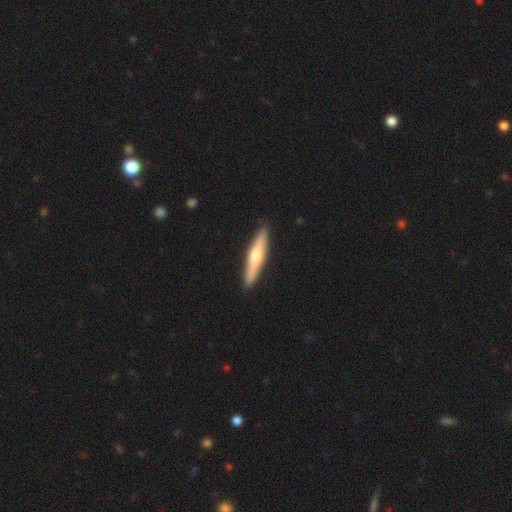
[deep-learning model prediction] featured or disk 52%, smooth 43%, star or artifact 5%. Down the decision tree: edge-on disk — yes (95%); merging — none (91%).